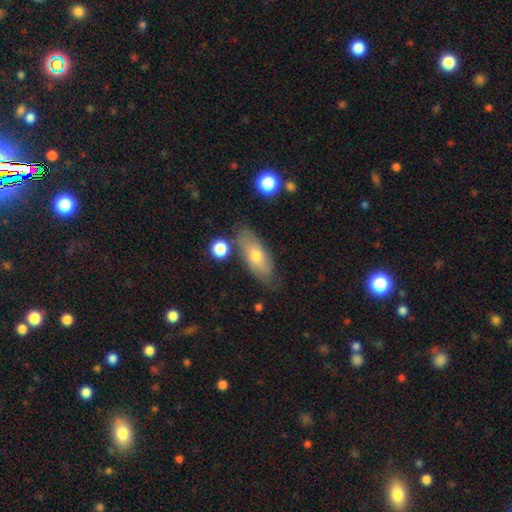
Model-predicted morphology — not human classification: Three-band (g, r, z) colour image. It shows a smooth galaxy with no disk features (58%) that is in between round and cigar-shaped (76%). Merging: none (72%).